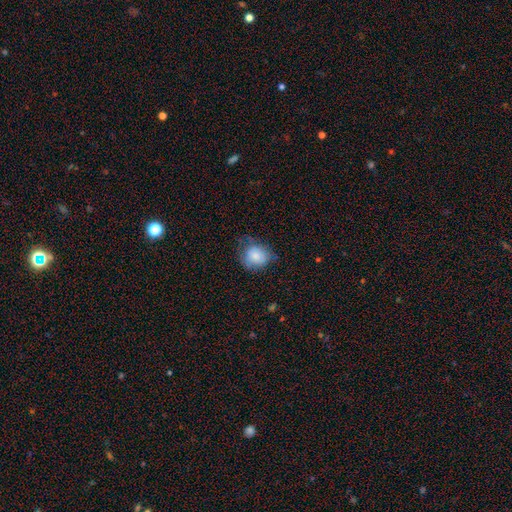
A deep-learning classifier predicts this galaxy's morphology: The model was most divided on "merging": none: 53%, minor disturbance: 32%, major disturbance: 13%, merger: 1%. More confident: smooth or featured — smooth (79%); how rounded — round (64%).